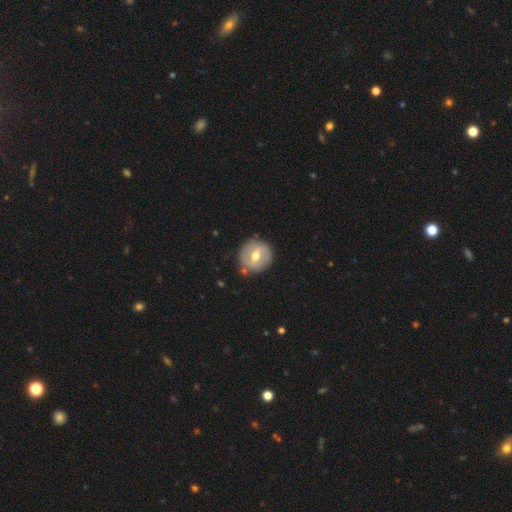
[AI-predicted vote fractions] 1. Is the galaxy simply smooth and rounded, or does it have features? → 50% featured or disk, 44% smooth, 6% star or artifact.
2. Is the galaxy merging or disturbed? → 82% none, 11% minor disturbance, 3% merger, 3% major disturbance.